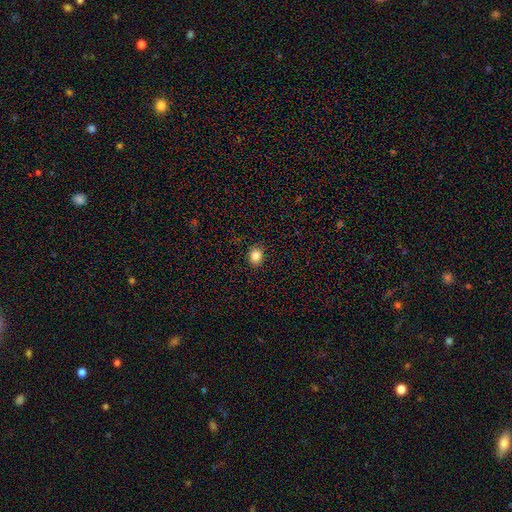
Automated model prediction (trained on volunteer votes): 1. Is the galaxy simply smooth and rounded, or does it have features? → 85% smooth, 10% star or artifact, 4% featured or disk.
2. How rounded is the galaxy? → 54% round, 45% in between, 1% cigar-shaped.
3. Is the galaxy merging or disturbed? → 90% none, 7% minor disturbance, 2% major disturbance, 1% merger.